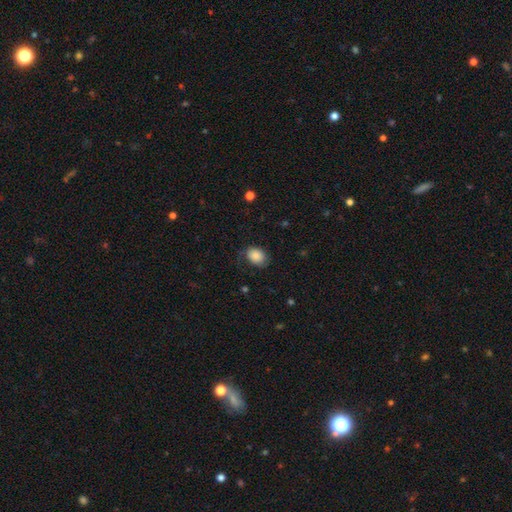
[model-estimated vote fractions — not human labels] Smooth or featured? Predicted: smooth (p=0.84). How rounded? Predicted: in between (p=0.61). Merging? Predicted: none (p=0.63).